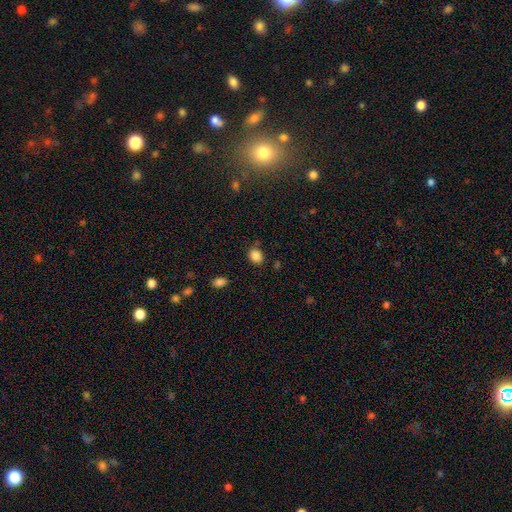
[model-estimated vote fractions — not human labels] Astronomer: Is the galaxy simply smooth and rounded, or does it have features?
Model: smooth — 85%.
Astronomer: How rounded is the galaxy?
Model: round — 58% (runner-up: in between, 41%).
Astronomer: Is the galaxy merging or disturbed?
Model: none — 75%.